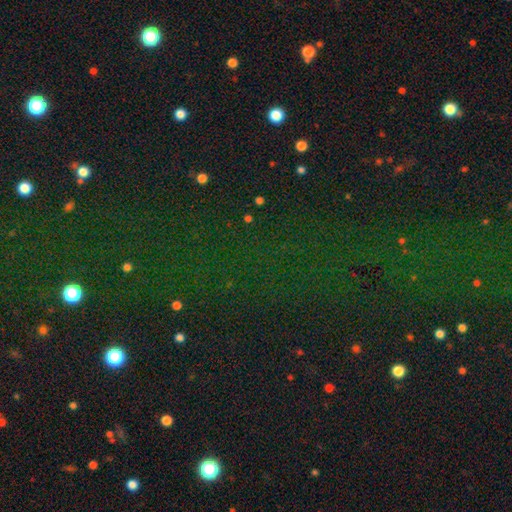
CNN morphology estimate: Overall: star or artifact (77%).